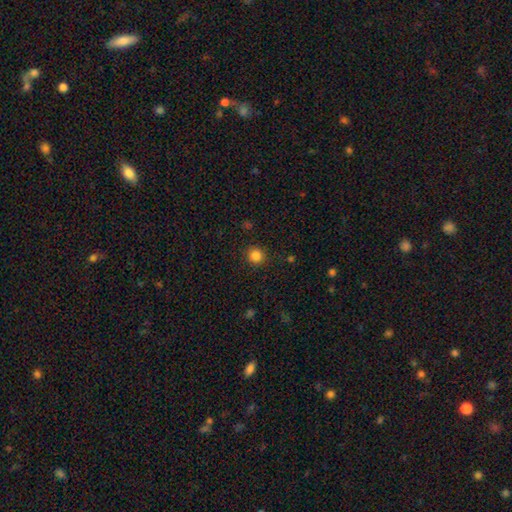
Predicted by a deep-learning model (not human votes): The model was most divided on "smooth or featured": smooth: 84%, star or artifact: 12%, featured or disk: 4%. More confident: how rounded — round (93%); merging — none (90%).